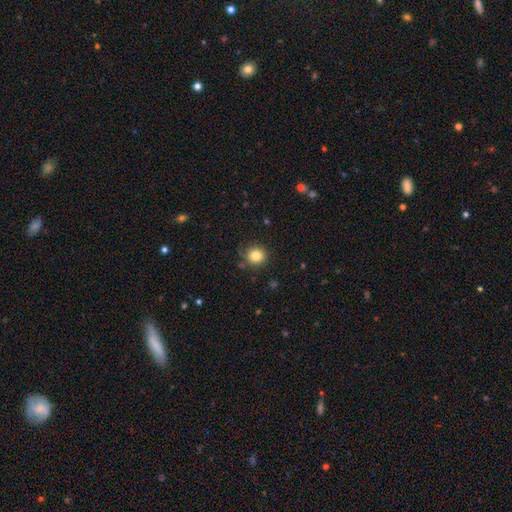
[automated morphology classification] Smooth or featured? Predicted: smooth (p=0.82). How rounded? Predicted: round (p=0.91). Merging? Predicted: none (p=0.85).